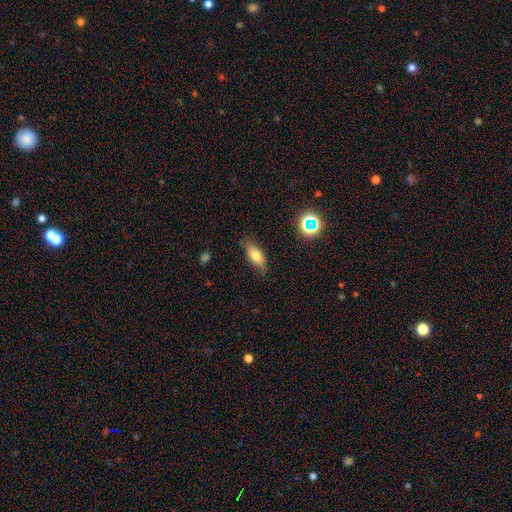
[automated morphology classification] type=smooth (73%); roundness=in between (80%); merging=none (78%).